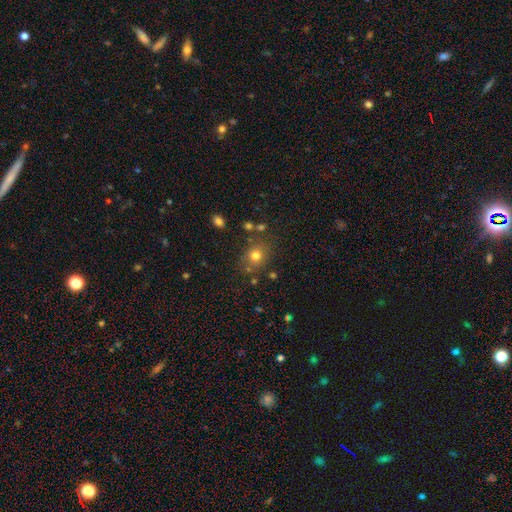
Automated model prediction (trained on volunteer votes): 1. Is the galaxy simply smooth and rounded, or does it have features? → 74% smooth, 15% star or artifact, 10% featured or disk.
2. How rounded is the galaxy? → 66% round, 33% in between, 1% cigar-shaped.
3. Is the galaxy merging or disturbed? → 76% none, 13% minor disturbance, 7% merger, 5% major disturbance.